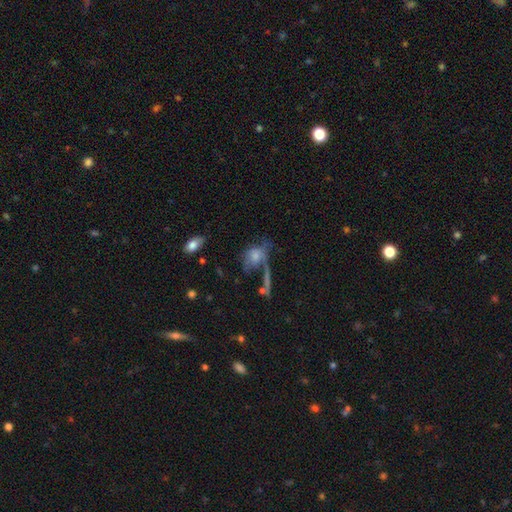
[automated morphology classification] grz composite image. It shows a smooth galaxy with no disk features (58%) that is in between round and cigar-shaped (66%). Merging: major disturbance (34%).